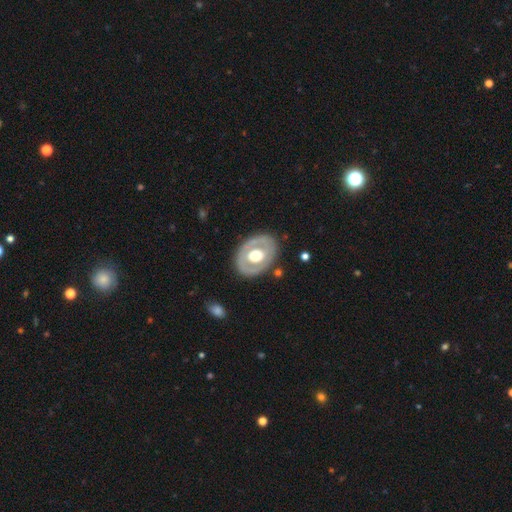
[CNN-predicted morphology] A featured or disk galaxy (59%) with no bar (84%), no spiral arms (87%) and a moderate central bulge (49%).

Vote fractions:
- Smooth or featured? featured or disk: 59% / smooth: 36% / star or artifact: 5%
- Edge-on disk? no: 92% / yes: 8%
- Bar? no: 84% / weak: 12% / strong: 4%
- Spiral arms? no: 87% / yes: 13%
- Bulge size? moderate: 49% / large: 44% / dominant: 3% / small: 3% / none: 1%
- Merging? none: 81% / minor disturbance: 13% / major disturbance: 5% / merger: 2%